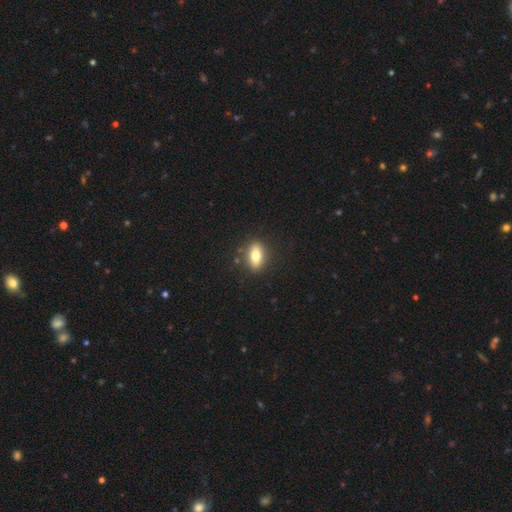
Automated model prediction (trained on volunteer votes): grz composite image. It shows a smooth galaxy with no disk features (76%) that is in between round and cigar-shaped (81%). Merging: none (86%).